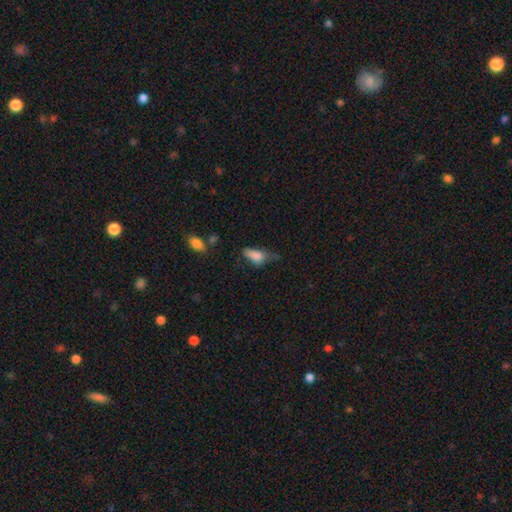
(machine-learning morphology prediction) Overall: smooth (79%). How rounded: in between (81%). Merging: minor disturbance (38%; none 32%).